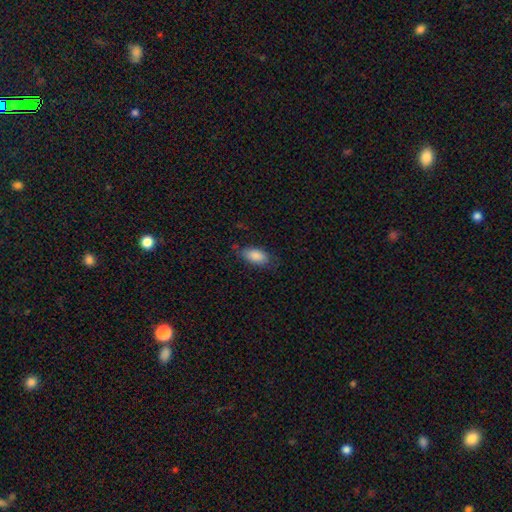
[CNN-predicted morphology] smooth 87%, star or artifact 7%, featured or disk 6%. Down the decision tree: how rounded — in between (91%); merging — none (75%).